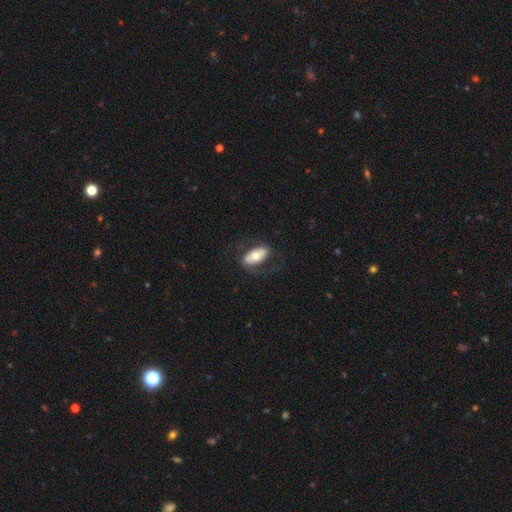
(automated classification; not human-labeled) smooth-or-featured: smooth: 51% | featured or disk: 43% | star or artifact: 6%
  how-rounded: in between: 90% | cigar-shaped: 6% | round: 4%
  merging: none: 71% | minor disturbance: 15% | major disturbance: 12% | merger: 1%